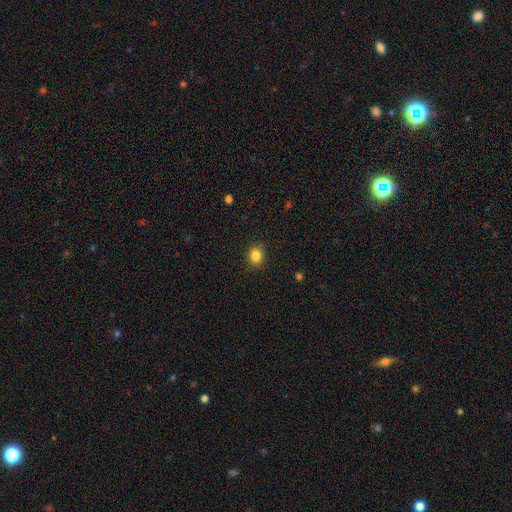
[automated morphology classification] smooth-or-featured: smooth: 84% | star or artifact: 11% | featured or disk: 5%
  how-rounded: round: 64% | in between: 35% | cigar-shaped: 1%
  merging: none: 88% | minor disturbance: 9% | major disturbance: 2% | merger: 1%